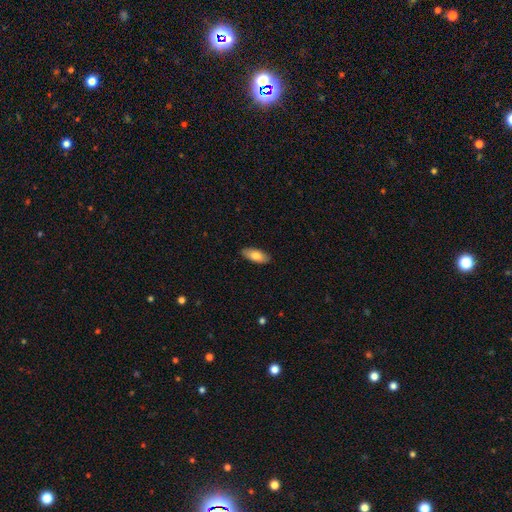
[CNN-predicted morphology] Smooth or featured? smooth (79%)
How rounded? in between (85%)
Merging? none (89%)